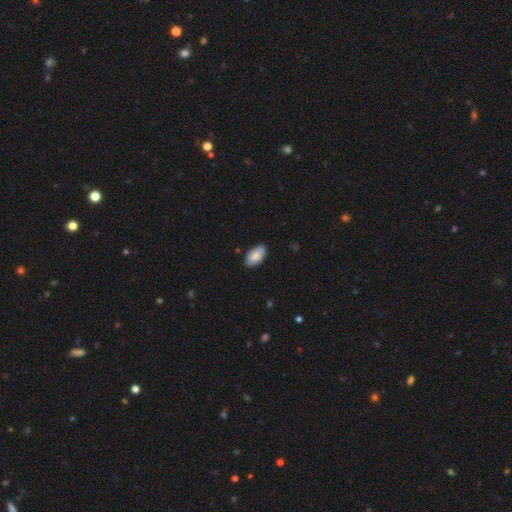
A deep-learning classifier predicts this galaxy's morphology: Smooth or featured?
  - smooth: 81% *
  - featured or disk: 13%
  - star or artifact: 6%
How rounded?
  - in between: 95% *
  - round: 3%
  - cigar-shaped: 2%
Merging?
  - none: 82% *
  - minor disturbance: 15%
  - major disturbance: 2%
  - merger: 1%